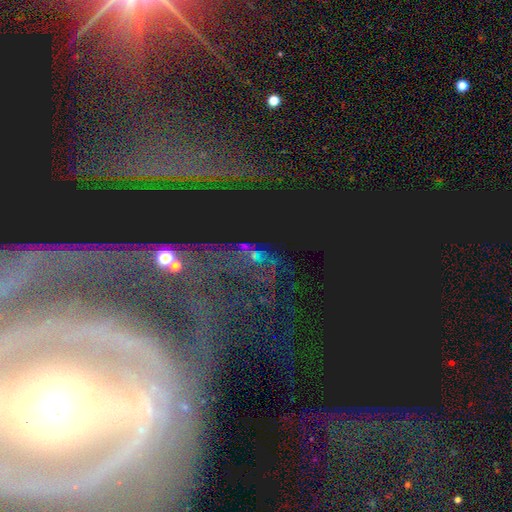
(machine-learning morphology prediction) A star or artifact, not a galaxy (75%).

Vote fractions:
- Smooth or featured? star or artifact: 75% / featured or disk: 13% / smooth: 12%